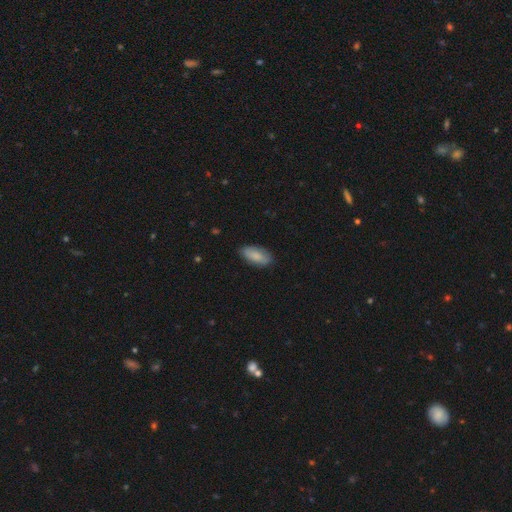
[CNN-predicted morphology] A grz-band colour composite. It shows a smooth galaxy with no disk features (84%) that is in between round and cigar-shaped (88%). Merging: none (83%).